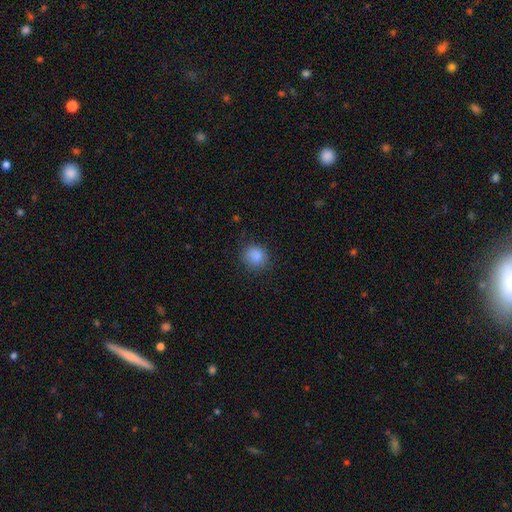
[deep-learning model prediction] smooth-or-featured: smooth: 87% | star or artifact: 10% | featured or disk: 3%
  how-rounded: round: 81% | in between: 18% | cigar-shaped: 1%
  merging: none: 84% | minor disturbance: 11% | major disturbance: 4% | merger: 1%